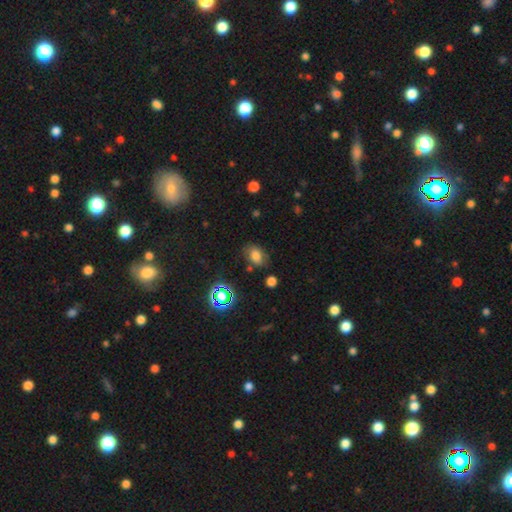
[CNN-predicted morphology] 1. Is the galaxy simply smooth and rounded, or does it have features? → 71% smooth, 17% star or artifact, 13% featured or disk.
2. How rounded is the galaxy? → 76% in between, 22% round, 2% cigar-shaped.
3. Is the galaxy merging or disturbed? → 71% none, 19% minor disturbance, 6% major disturbance, 4% merger.